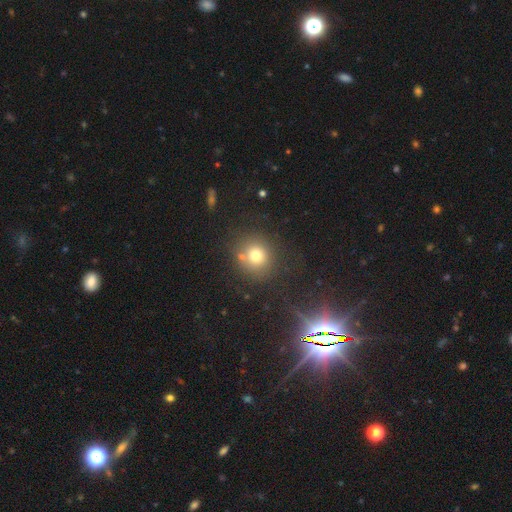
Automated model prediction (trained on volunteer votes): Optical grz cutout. It shows a smooth galaxy with no disk features (73%) that is round (89%). Merging: none (74%).